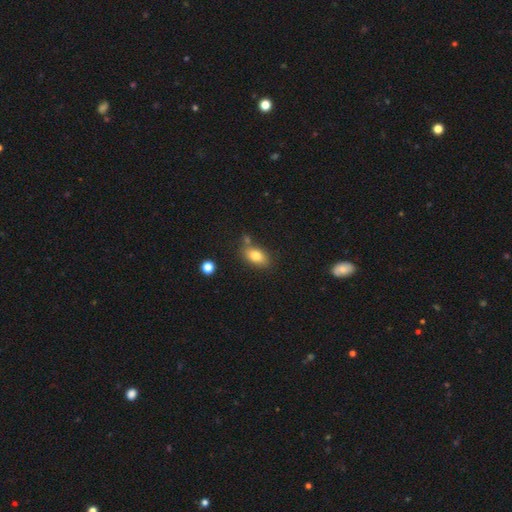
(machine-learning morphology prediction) Smooth or featured?
  - smooth: 80% *
  - featured or disk: 12%
  - star or artifact: 9%
How rounded?
  - in between: 86% *
  - round: 10%
  - cigar-shaped: 4%
Merging?
  - none: 71% *
  - minor disturbance: 15%
  - merger: 10%
  - major disturbance: 4%